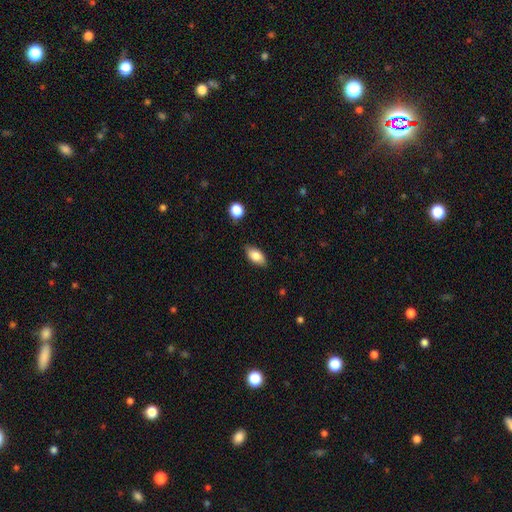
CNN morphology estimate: type=smooth (82%); roundness=in between (89%); merging=none (83%).